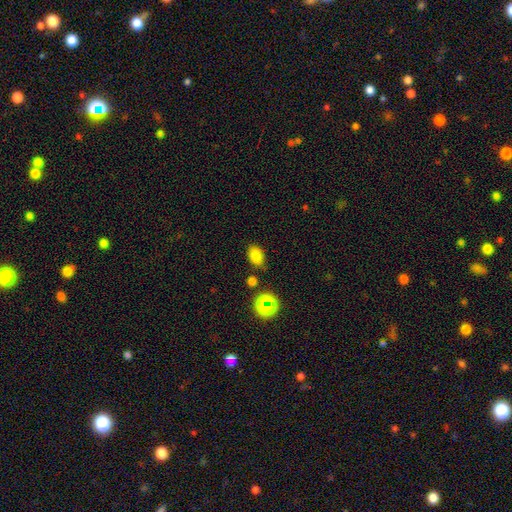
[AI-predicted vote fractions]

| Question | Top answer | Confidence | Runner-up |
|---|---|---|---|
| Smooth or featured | smooth | 78% | star or artifact (16%) |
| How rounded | in between | 83% | round (16%) |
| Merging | none | 76% | minor disturbance (14%) |